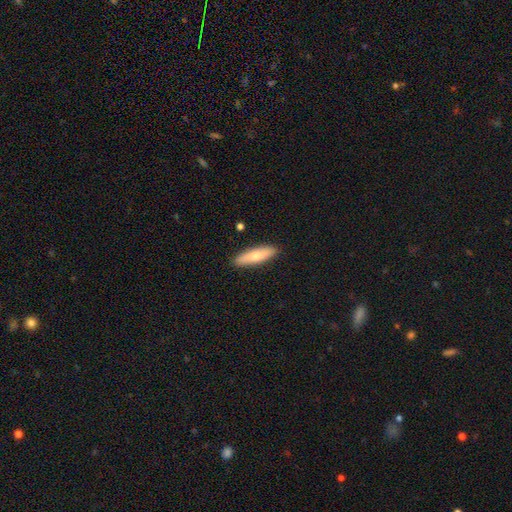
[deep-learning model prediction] A smooth galaxy with no disk features (71%) that is cigar-shaped (72%).

Vote fractions:
- Smooth or featured? smooth: 71% / featured or disk: 24% / star or artifact: 5%
- How rounded? cigar-shaped: 72% / in between: 27% / round: 2%
- Merging? none: 90% / minor disturbance: 7% / major disturbance: 1% / merger: 1%